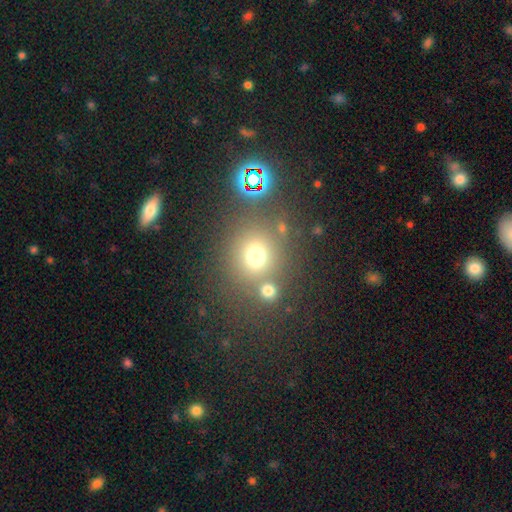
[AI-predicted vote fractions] Smooth or featured: smooth — 70% (star or artifact — 21%)
How rounded: round — 87% (in between — 12%)
Merging: none — 68% (merger — 18%)